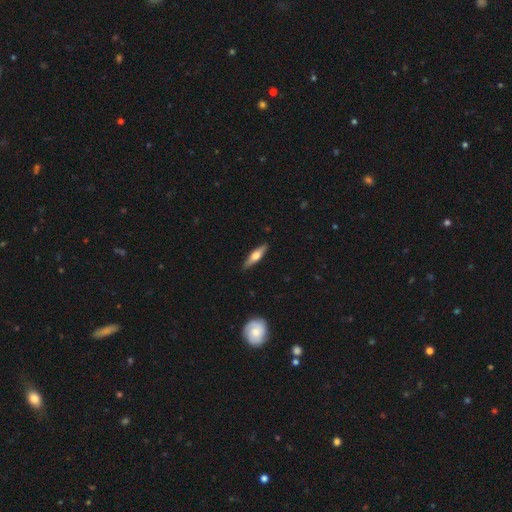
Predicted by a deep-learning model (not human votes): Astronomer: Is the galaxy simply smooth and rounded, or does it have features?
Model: featured or disk — 48% (runner-up: smooth, 46%).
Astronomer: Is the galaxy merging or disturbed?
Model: none — 88%.